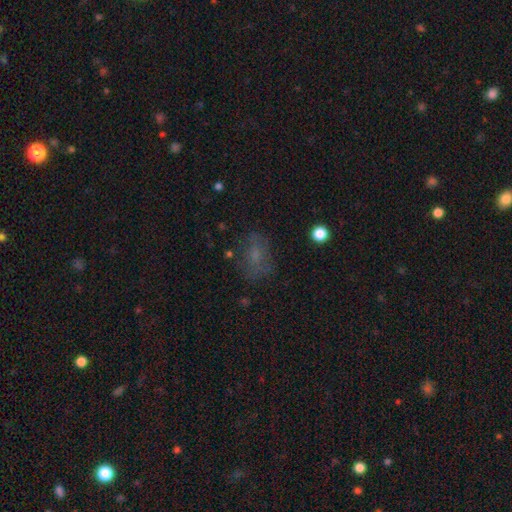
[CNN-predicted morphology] smooth_or_featured: smooth (p=0.53) [alt: featured or disk p=0.24]
how_rounded: in between (p=0.66) [alt: round p=0.32]
merging: none (p=0.64) [alt: minor disturbance p=0.20]